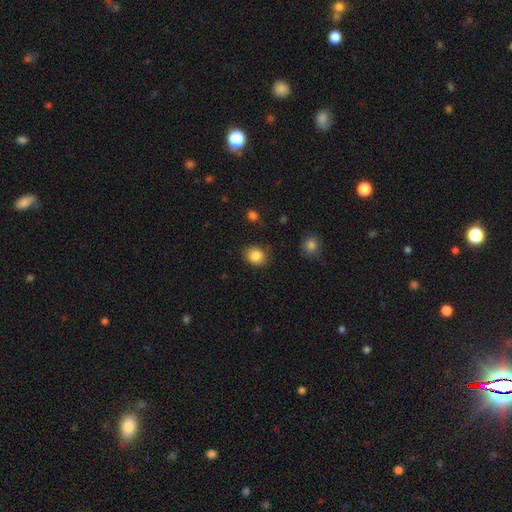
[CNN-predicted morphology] smooth_or_featured: smooth (p=0.86) [alt: star or artifact p=0.09]
how_rounded: round (p=0.60) [alt: in between p=0.39]
merging: none (p=0.83) [alt: minor disturbance p=0.12]